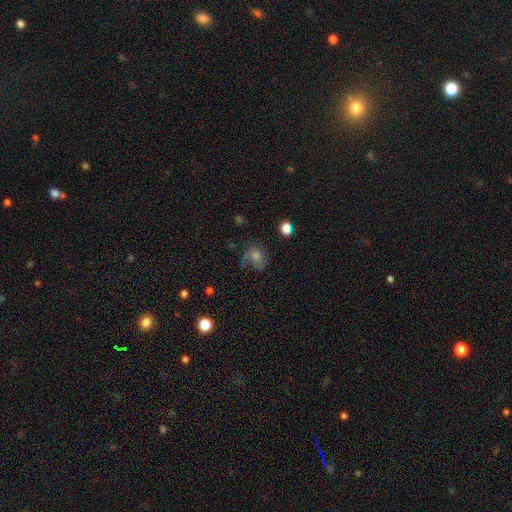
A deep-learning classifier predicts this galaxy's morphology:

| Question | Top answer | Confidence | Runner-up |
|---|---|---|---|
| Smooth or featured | featured or disk | 55% | smooth (28%) |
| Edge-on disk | no | 97% | yes (3%) |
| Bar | no | 74% | weak (23%) |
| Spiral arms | yes | 85% | no (15%) |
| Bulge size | moderate | 51% | small (26%) |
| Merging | none | 57% | major disturbance (20%) |